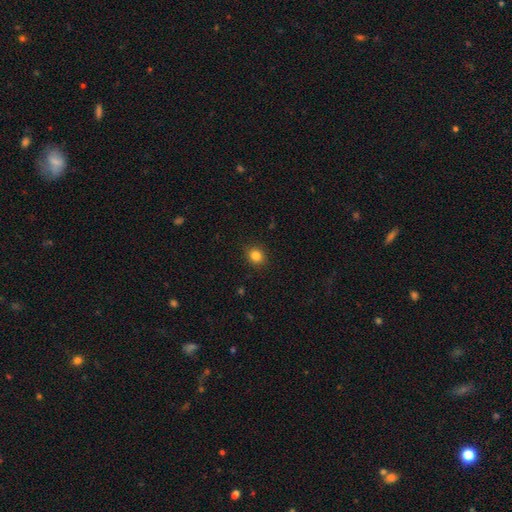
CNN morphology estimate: Smooth or featured? Predicted: smooth (p=0.84). How rounded? Predicted: round (p=0.73). Merging? Predicted: none (p=0.90).